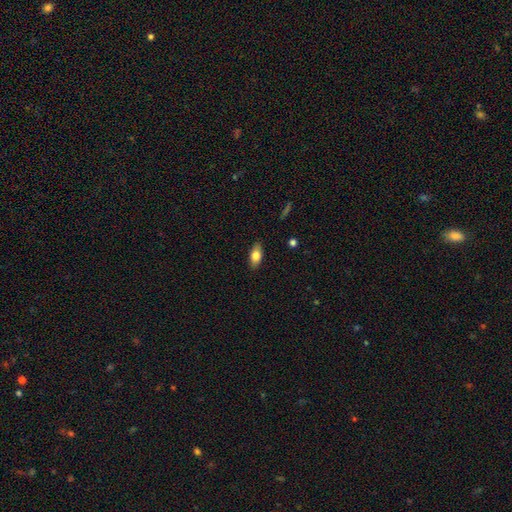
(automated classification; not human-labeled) smooth 79%, featured or disk 14%, star or artifact 7%. Down the decision tree: how rounded — in between (88%); merging — none (87%).